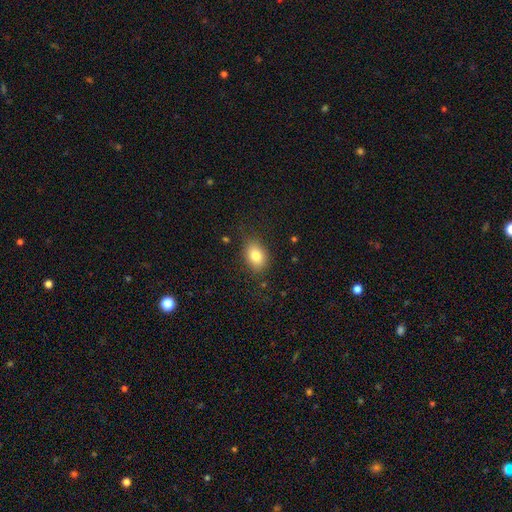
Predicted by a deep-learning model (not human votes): Smooth or featured: smooth — 81% (featured or disk — 10%)
How rounded: in between — 74% (round — 24%)
Merging: none — 79% (minor disturbance — 15%)